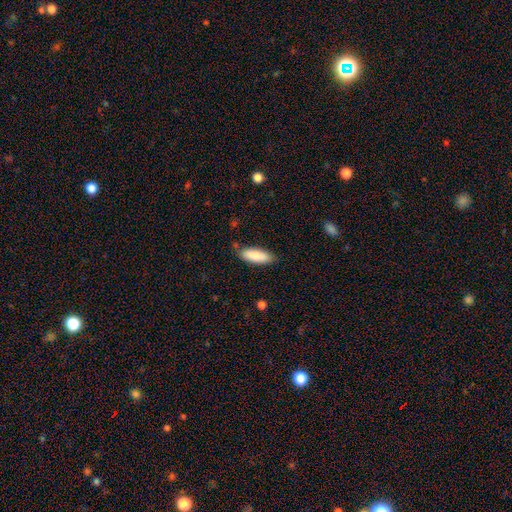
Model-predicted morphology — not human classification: Smooth or featured: smooth — 84% (featured or disk — 10%)
How rounded: in between — 65% (cigar-shaped — 34%)
Merging: none — 82% (minor disturbance — 14%)